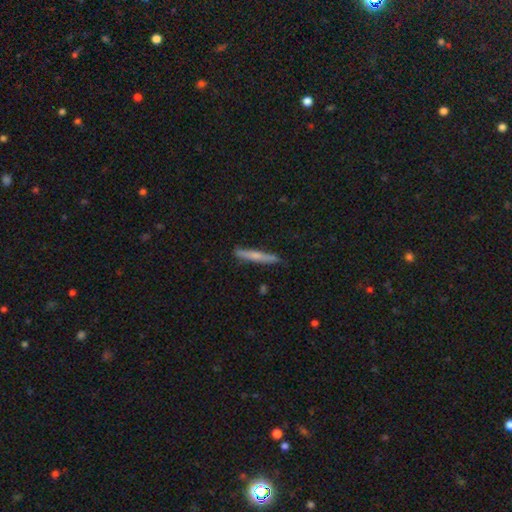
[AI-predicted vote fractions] The model was most divided on "smooth or featured": smooth: 54%, featured or disk: 40%, star or artifact: 6%. More confident: how rounded — cigar-shaped (94%); merging — none (87%).